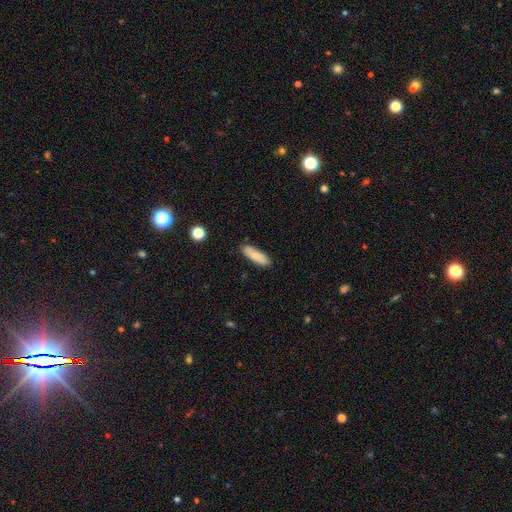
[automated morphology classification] smooth_or_featured: smooth (p=0.79) [alt: featured or disk p=0.14]
how_rounded: cigar-shaped (p=0.53) [alt: in between p=0.45]
merging: none (p=0.85) [alt: minor disturbance p=0.11]